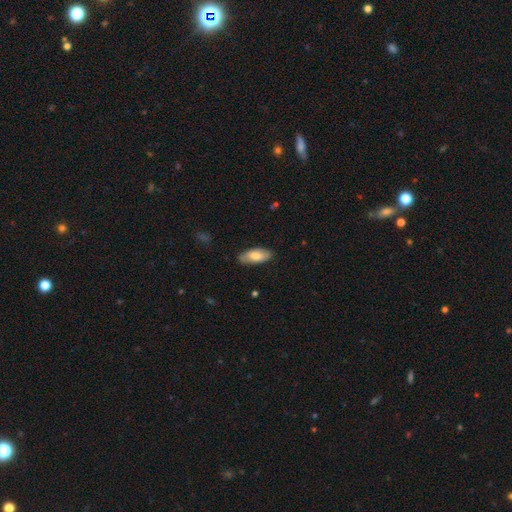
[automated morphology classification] Overall: smooth (70%). How rounded: in between (87%). Merging: none (82%).